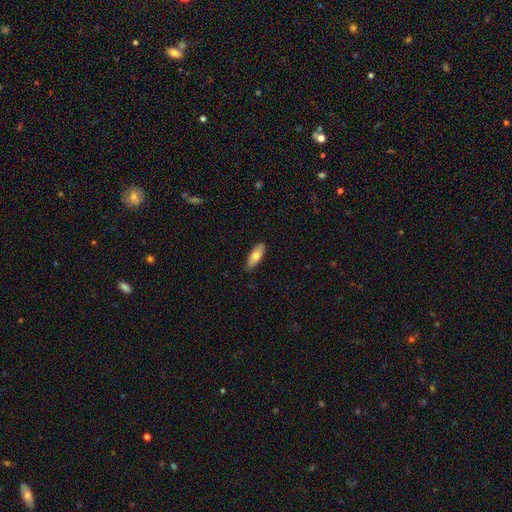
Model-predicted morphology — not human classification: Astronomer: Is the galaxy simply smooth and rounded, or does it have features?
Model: smooth — 72%.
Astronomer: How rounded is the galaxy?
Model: in between — 65%.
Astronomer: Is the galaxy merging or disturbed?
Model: none — 88%.